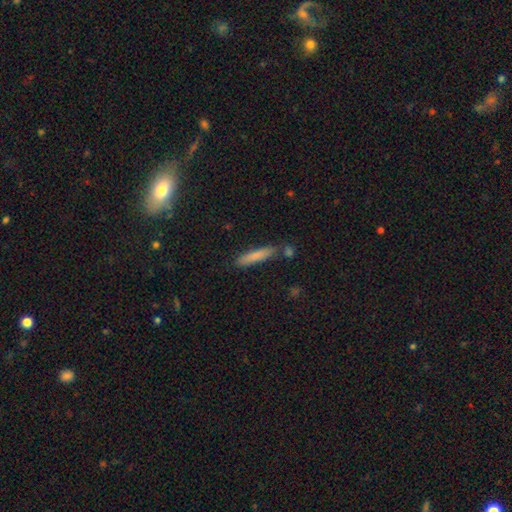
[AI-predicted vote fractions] smooth-or-featured: smooth: 80% | featured or disk: 13% | star or artifact: 7%
  how-rounded: cigar-shaped: 90% | in between: 8% | round: 1%
  merging: none: 79% | minor disturbance: 12% | merger: 6% | major disturbance: 3%